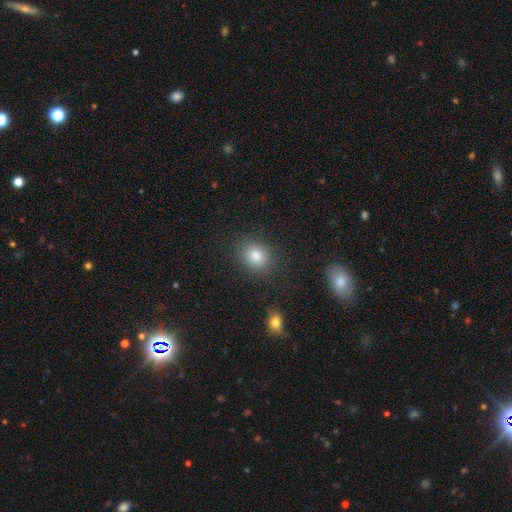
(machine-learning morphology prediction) Smooth or featured? Predicted: smooth (p=0.83). How rounded? Predicted: round (p=0.58). Merging? Predicted: none (p=0.84).